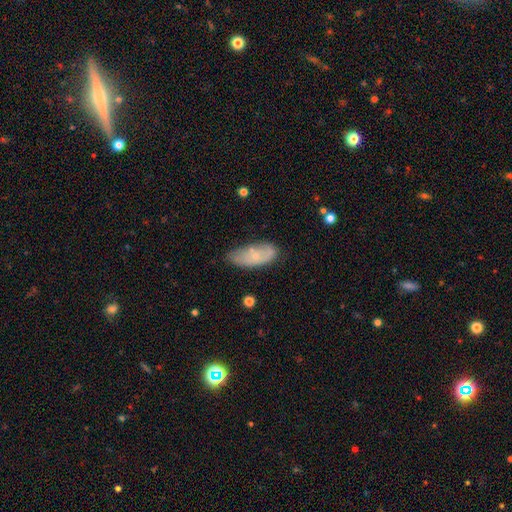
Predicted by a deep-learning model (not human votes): Smooth or featured? smooth (58%)
How rounded? in between (85%)
Merging? none (53%)